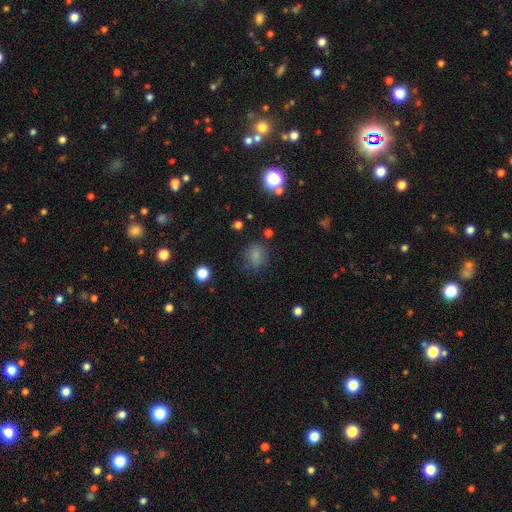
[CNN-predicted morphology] smooth-or-featured: smooth: 78% | star or artifact: 15% | featured or disk: 7%
  how-rounded: round: 63% | in between: 36% | cigar-shaped: 1%
  merging: none: 73% | minor disturbance: 18% | major disturbance: 6% | merger: 3%